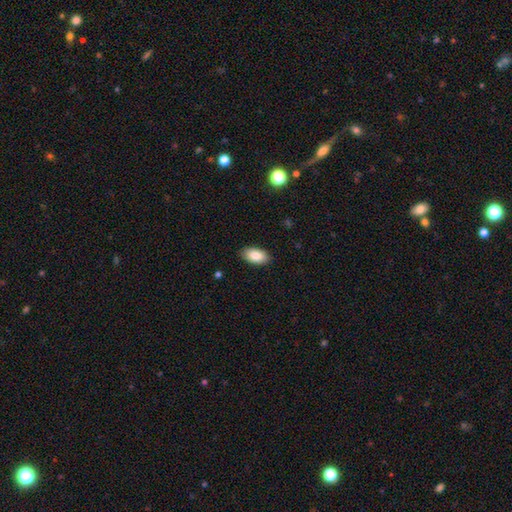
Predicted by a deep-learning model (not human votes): smooth 86%, featured or disk 7%, star or artifact 7%. Down the decision tree: how rounded — in between (94%); merging — none (88%).